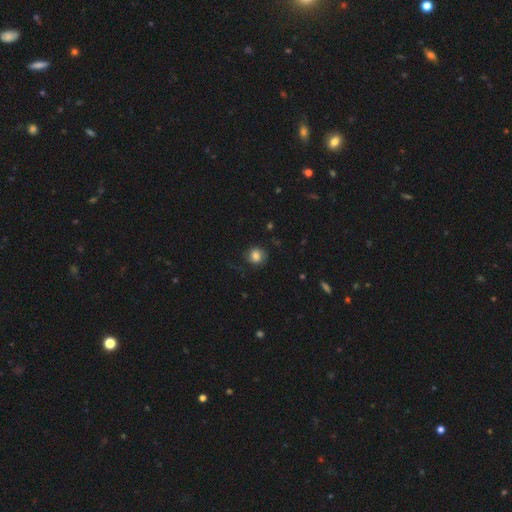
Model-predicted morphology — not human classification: Q: Smooth or featured?
A: smooth (75%); runner-up: featured or disk (16%)
Q: How rounded?
A: round (74%); runner-up: in between (25%)
Q: Merging?
A: none (65%); runner-up: minor disturbance (20%)